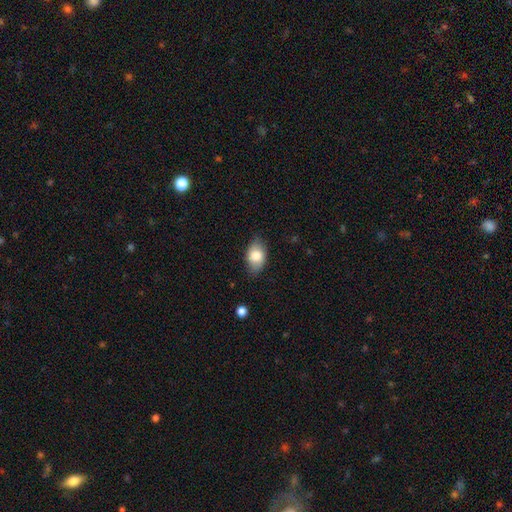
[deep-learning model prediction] A smooth galaxy with no disk features (79%) that is in between round and cigar-shaped (88%). Merging: none (79%).